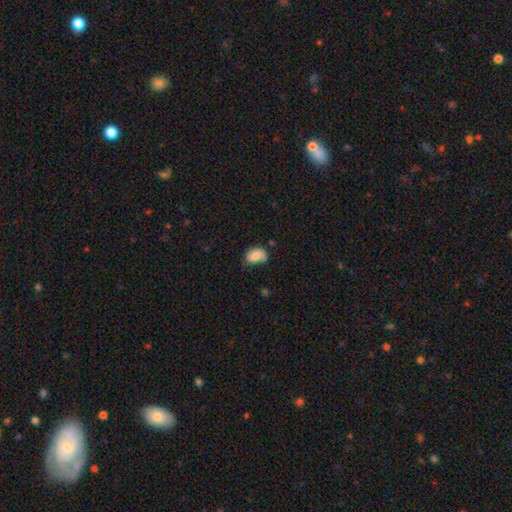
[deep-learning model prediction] Overall: smooth (61%; featured or disk 30%). How rounded: in between (76%). Merging: none (48%; minor disturbance 34%).